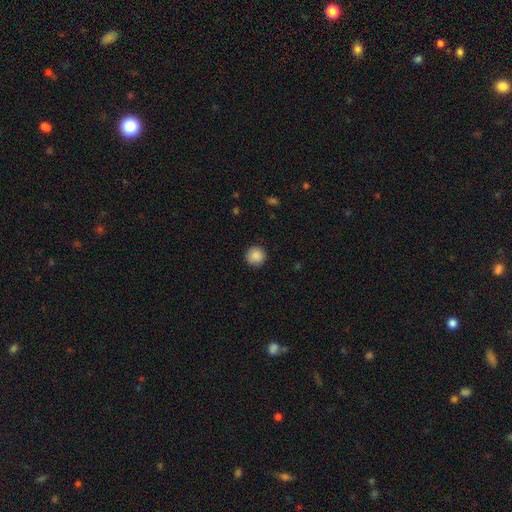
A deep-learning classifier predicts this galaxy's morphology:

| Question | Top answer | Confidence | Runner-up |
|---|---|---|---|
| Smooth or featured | smooth | 88% | star or artifact (8%) |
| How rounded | round | 94% | in between (5%) |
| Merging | none | 90% | minor disturbance (7%) |